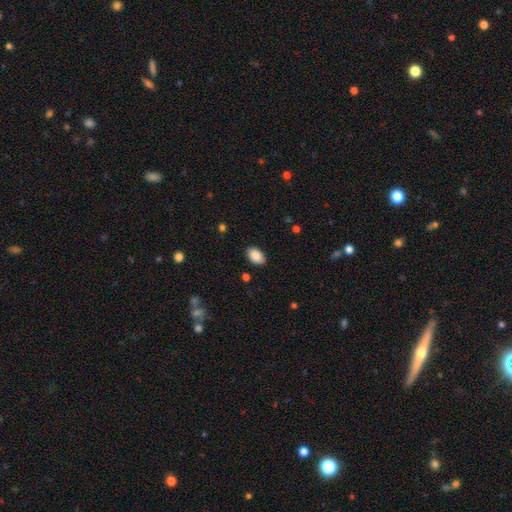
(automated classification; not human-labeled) Smooth or featured?
  - smooth: 89% *
  - star or artifact: 7%
  - featured or disk: 4%
How rounded?
  - in between: 89% *
  - round: 10%
  - cigar-shaped: 1%
Merging?
  - none: 87% *
  - minor disturbance: 10%
  - major disturbance: 2%
  - merger: 1%